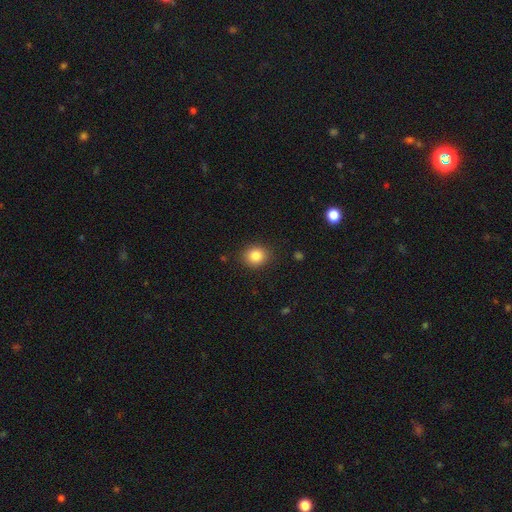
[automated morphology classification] Overall: smooth (85%). How rounded: round (76%). Merging: none (88%).